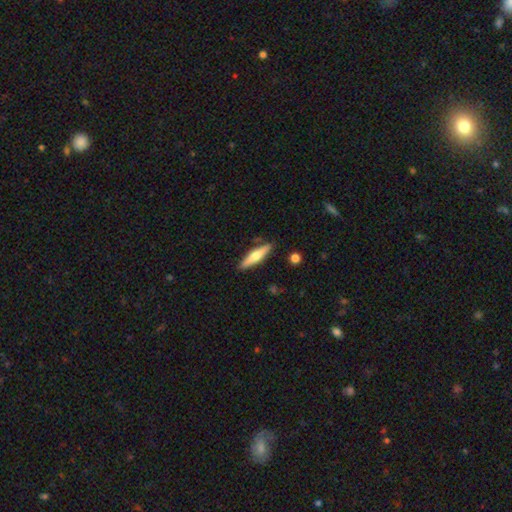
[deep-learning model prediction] This appears to be a smooth galaxy with no disk features (48%). Merging: none (87%).